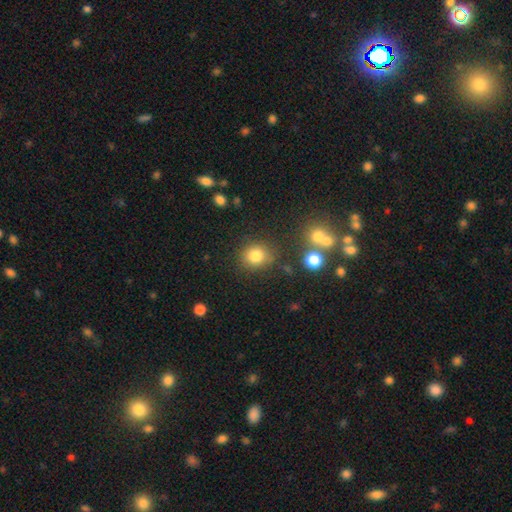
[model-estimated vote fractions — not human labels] smooth 81%, star or artifact 13%, featured or disk 6%. Down the decision tree: how rounded — round (80%); merging — none (79%).